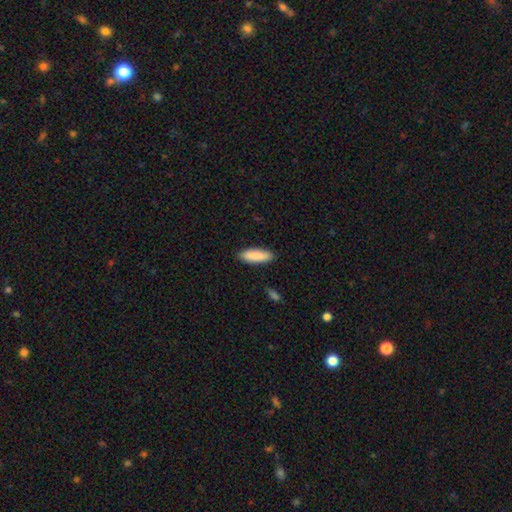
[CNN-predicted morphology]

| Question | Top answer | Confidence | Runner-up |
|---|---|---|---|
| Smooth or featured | smooth | 89% | featured or disk (6%) |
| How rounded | in between | 53% | cigar-shaped (45%) |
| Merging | none | 89% | minor disturbance (8%) |